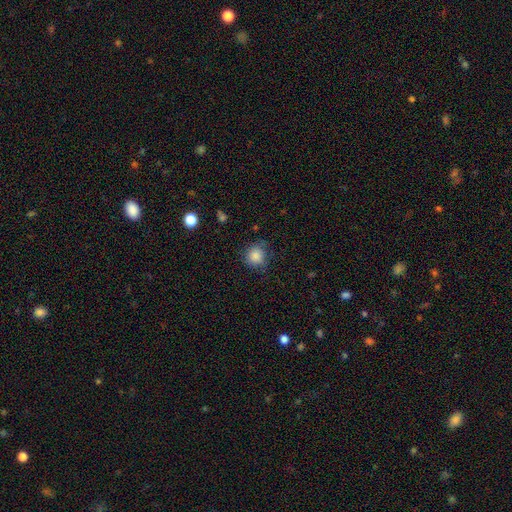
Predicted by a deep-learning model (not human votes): Q: Smooth or featured?
A: smooth (85%); runner-up: star or artifact (10%)
Q: How rounded?
A: round (89%); runner-up: in between (11%)
Q: Merging?
A: none (75%); runner-up: minor disturbance (19%)